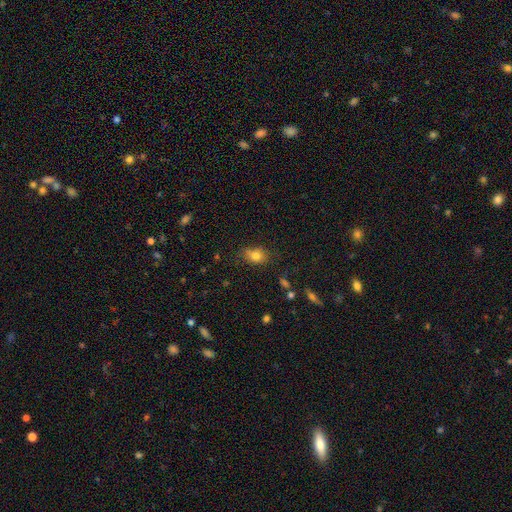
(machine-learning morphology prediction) Smooth or featured?
  - smooth: 80% *
  - star or artifact: 11%
  - featured or disk: 9%
How rounded?
  - in between: 64% *
  - round: 35%
  - cigar-shaped: 2%
Merging?
  - none: 70% *
  - minor disturbance: 22%
  - major disturbance: 5%
  - merger: 3%